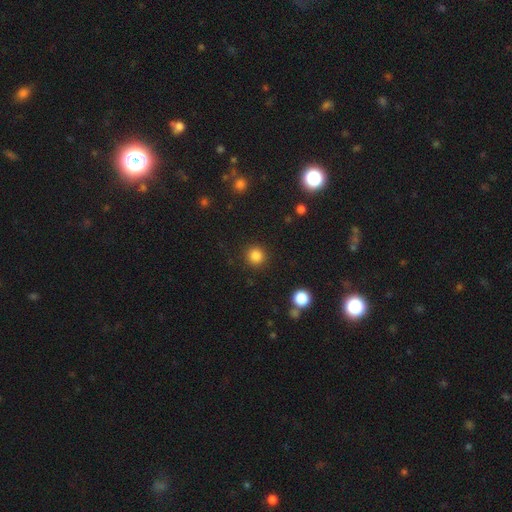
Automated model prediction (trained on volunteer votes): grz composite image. It shows a smooth galaxy with no disk features (85%) that is round (94%). Merging: none (91%).